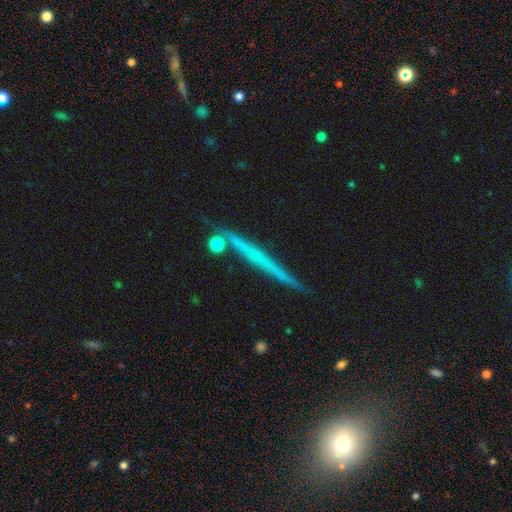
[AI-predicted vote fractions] featured or disk 55%, smooth 37%, star or artifact 8%. Down the decision tree: edge-on disk — yes (97%); edge-on bulge — none (88%); merging — none (86%).